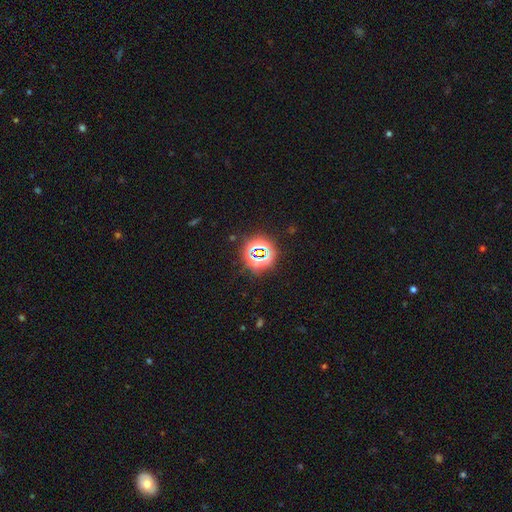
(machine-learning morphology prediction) Smooth or featured? Predicted: star or artifact (p=0.69).